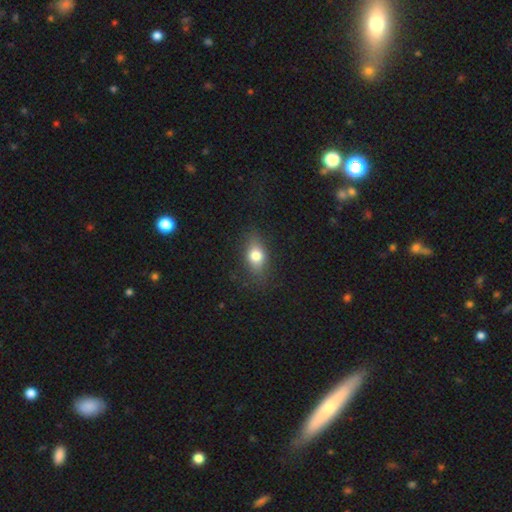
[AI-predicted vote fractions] Overall: smooth (75%). How rounded: in between (73%). Merging: none (79%).